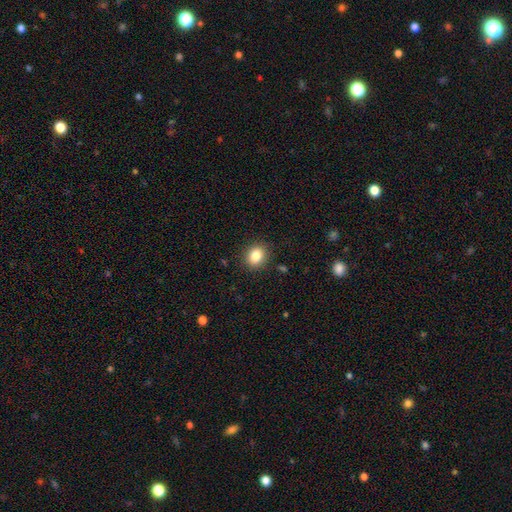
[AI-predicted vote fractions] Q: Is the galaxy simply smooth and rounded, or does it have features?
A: smooth — 84%.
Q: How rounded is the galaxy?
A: round — 59%.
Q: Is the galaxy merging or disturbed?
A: none — 88%.